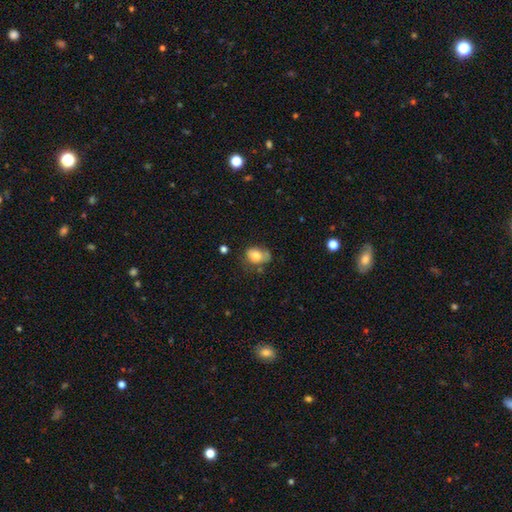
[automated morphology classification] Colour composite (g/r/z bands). It shows a smooth galaxy with no disk features (73%) that is in between round and cigar-shaped (72%). Merging: none (46%).